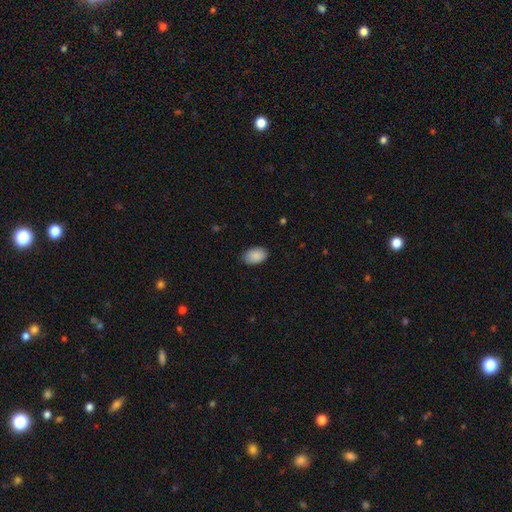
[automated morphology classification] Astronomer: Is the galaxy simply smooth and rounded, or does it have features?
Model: smooth — 90%.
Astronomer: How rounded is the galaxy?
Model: in between — 89%.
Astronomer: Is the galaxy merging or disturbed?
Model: none — 84%.